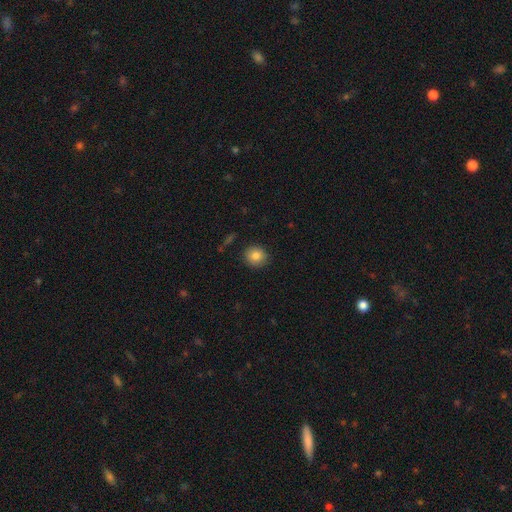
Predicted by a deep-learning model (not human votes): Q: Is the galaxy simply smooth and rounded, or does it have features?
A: smooth — 82%.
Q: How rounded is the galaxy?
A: round — 88%.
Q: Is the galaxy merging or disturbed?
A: none — 89%.